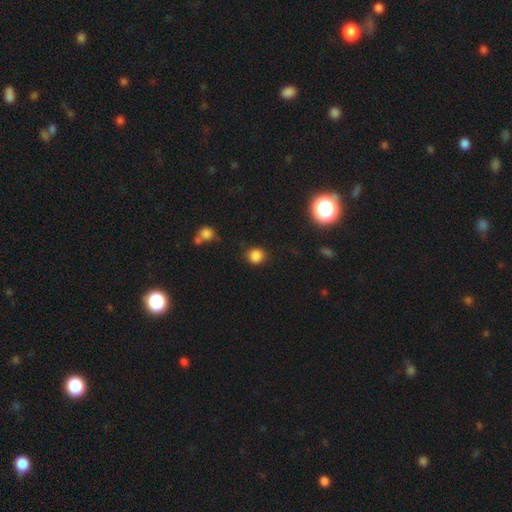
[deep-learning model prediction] smooth_or_featured: smooth (p=0.83) [alt: star or artifact p=0.13]
how_rounded: round (p=0.86) [alt: in between p=0.13]
merging: none (p=0.83) [alt: minor disturbance p=0.11]